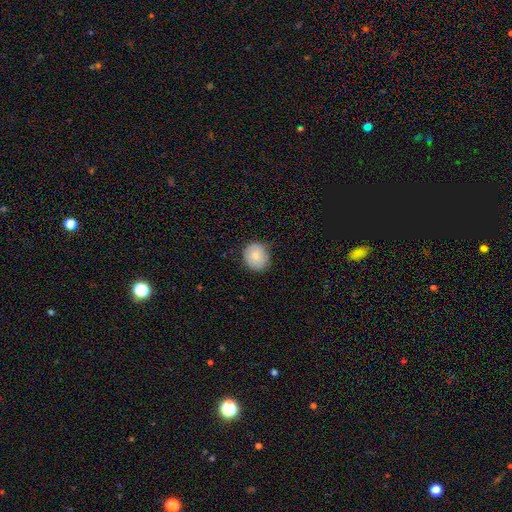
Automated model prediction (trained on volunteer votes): Smooth or featured?
  - smooth: 80% *
  - featured or disk: 12%
  - star or artifact: 8%
How rounded?
  - round: 82% *
  - in between: 18%
  - cigar-shaped: 1%
Merging?
  - none: 80% *
  - minor disturbance: 16%
  - major disturbance: 3%
  - merger: 1%